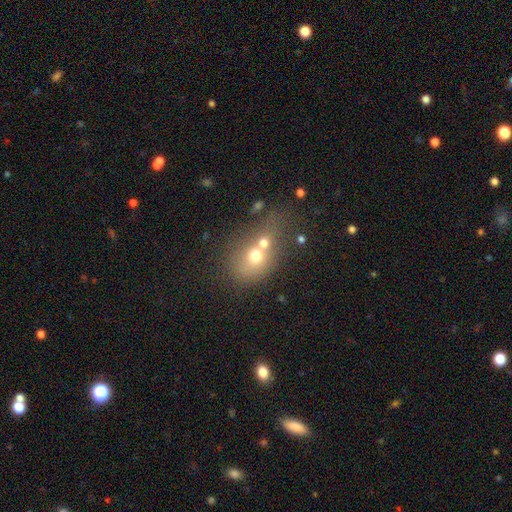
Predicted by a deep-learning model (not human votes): Smooth or featured? Predicted: smooth (p=0.61). How rounded? Predicted: round (p=0.55). Merging? Predicted: merger (p=0.63).